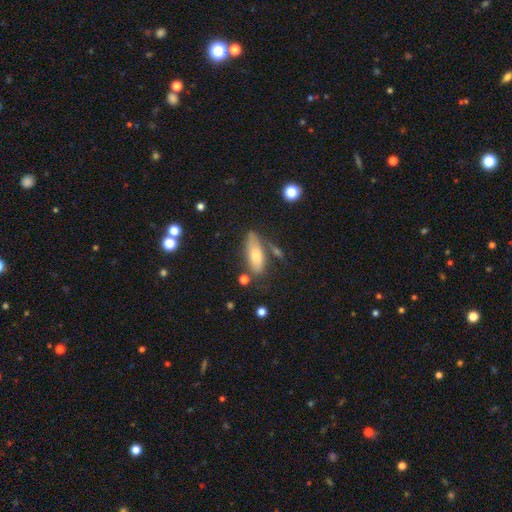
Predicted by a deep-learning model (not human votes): Smooth or featured? Predicted: smooth (p=0.67). How rounded? Predicted: in between (p=0.70). Merging? Predicted: none (p=0.58).